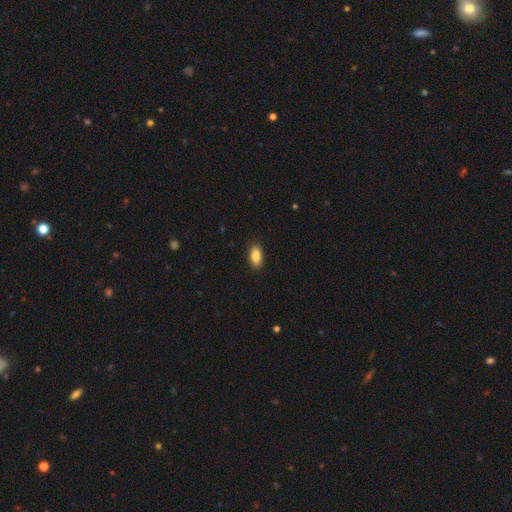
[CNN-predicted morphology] Smooth or featured? Predicted: smooth (p=0.88). How rounded? Predicted: in between (p=0.91). Merging? Predicted: none (p=0.88).